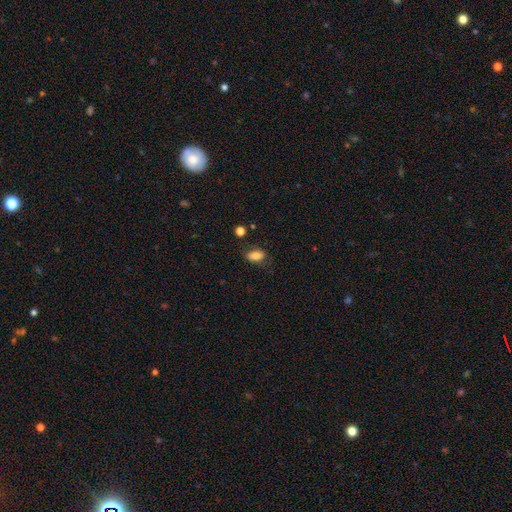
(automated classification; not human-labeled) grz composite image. It shows a smooth galaxy with no disk features (82%) that is in between round and cigar-shaped (88%). Merging: none (70%).